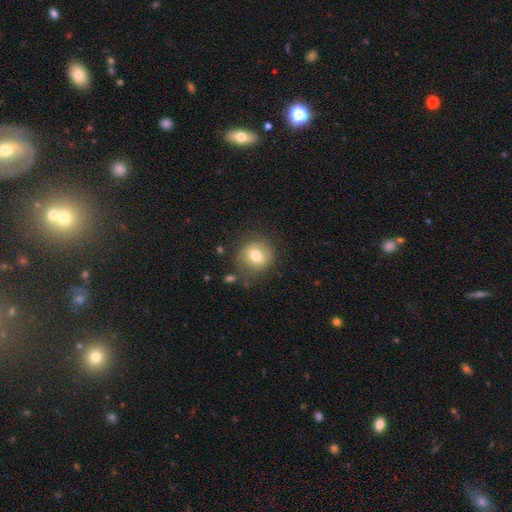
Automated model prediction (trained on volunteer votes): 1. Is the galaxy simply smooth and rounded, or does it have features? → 70% smooth, 21% featured or disk, 9% star or artifact.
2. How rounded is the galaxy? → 86% round, 13% in between, 1% cigar-shaped.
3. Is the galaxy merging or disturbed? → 75% none, 16% minor disturbance, 7% major disturbance, 3% merger.